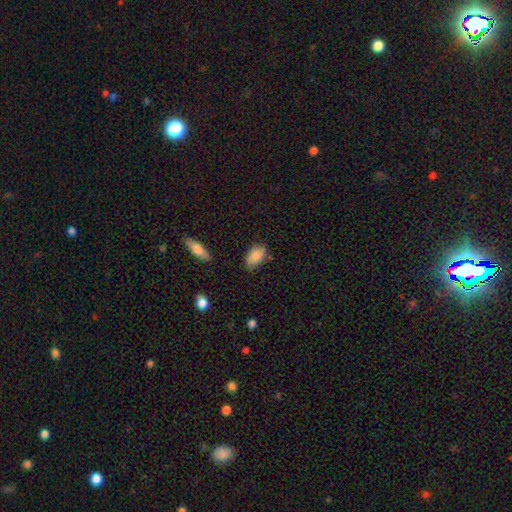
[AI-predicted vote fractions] Overall: smooth (84%). How rounded: in between (91%). Merging: none (64%; minor disturbance 28%).